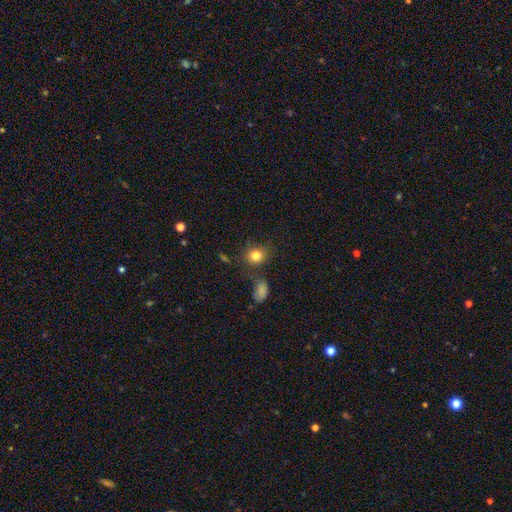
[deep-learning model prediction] The model was most divided on "how rounded": round: 76%, in between: 23%, cigar-shaped: 1%. More confident: smooth or featured — smooth (81%); merging — none (78%).